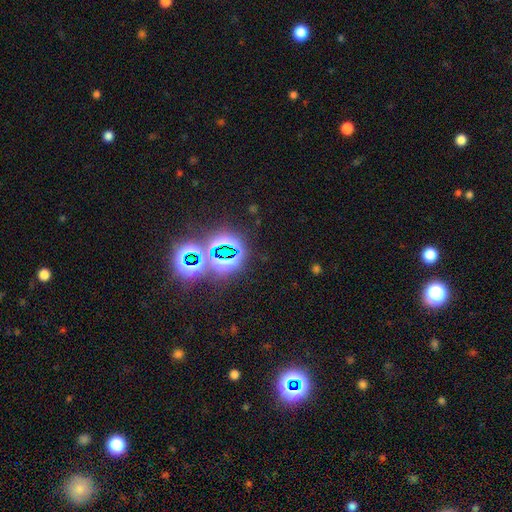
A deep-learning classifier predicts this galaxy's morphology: Smooth or featured: star or artifact — 73% (smooth — 15%)